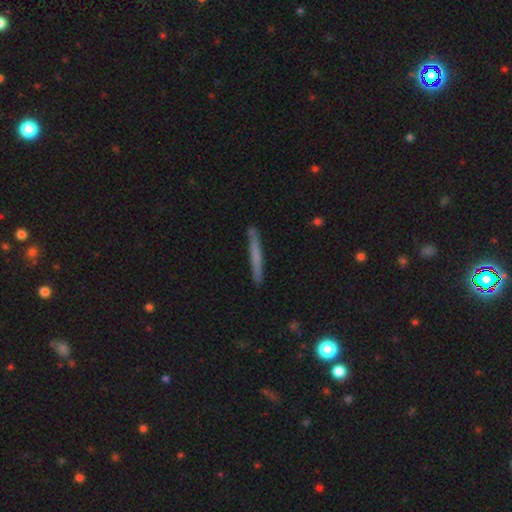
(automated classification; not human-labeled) A smooth galaxy with no disk features (56%) that is cigar-shaped (96%).

Vote fractions:
- Smooth or featured? smooth: 56% / featured or disk: 37% / star or artifact: 7%
- How rounded? cigar-shaped: 96% / in between: 2% / round: 2%
- Merging? none: 87% / minor disturbance: 9% / merger: 2% / major disturbance: 2%